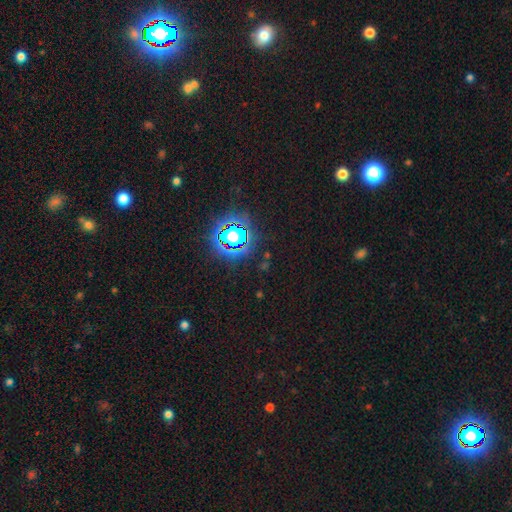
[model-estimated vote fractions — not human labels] Smooth or featured?
  - star or artifact: 81% *
  - smooth: 12%
  - featured or disk: 7%